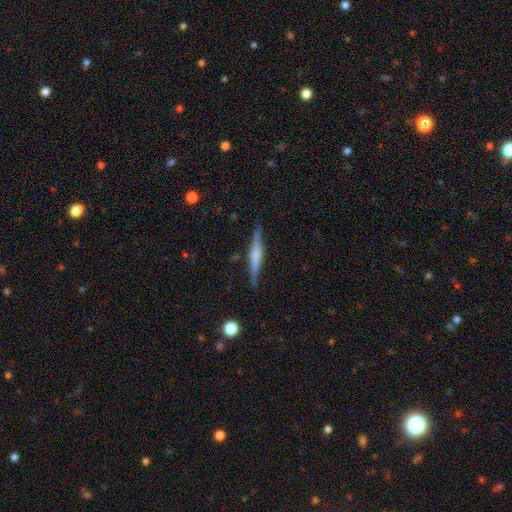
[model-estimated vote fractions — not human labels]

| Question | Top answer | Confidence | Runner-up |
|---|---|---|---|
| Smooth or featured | featured or disk | 62% | smooth (32%) |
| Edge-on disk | yes | 97% | no (3%) |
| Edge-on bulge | rounded | 49% | boxy (26%) |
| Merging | none | 86% | minor disturbance (10%) |